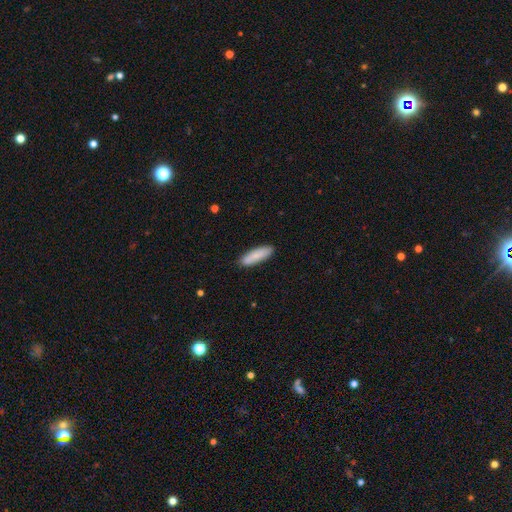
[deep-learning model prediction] smooth_or_featured: smooth (p=0.80) [alt: featured or disk p=0.14]
how_rounded: cigar-shaped (p=0.59) [alt: in between p=0.39]
merging: none (p=0.86) [alt: minor disturbance p=0.10]